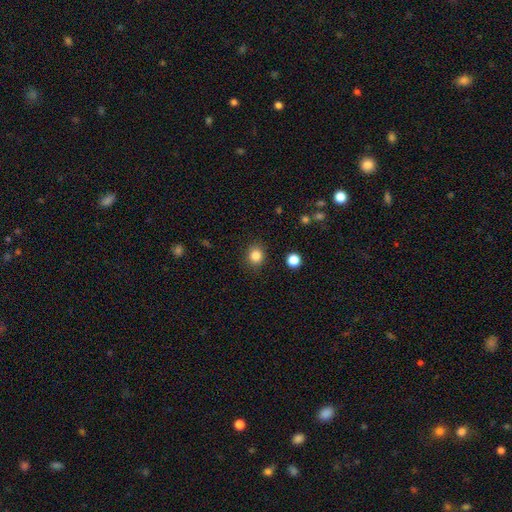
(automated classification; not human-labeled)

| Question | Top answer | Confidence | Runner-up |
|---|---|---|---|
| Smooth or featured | smooth | 84% | star or artifact (11%) |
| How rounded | round | 79% | in between (20%) |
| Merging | none | 88% | minor disturbance (8%) |